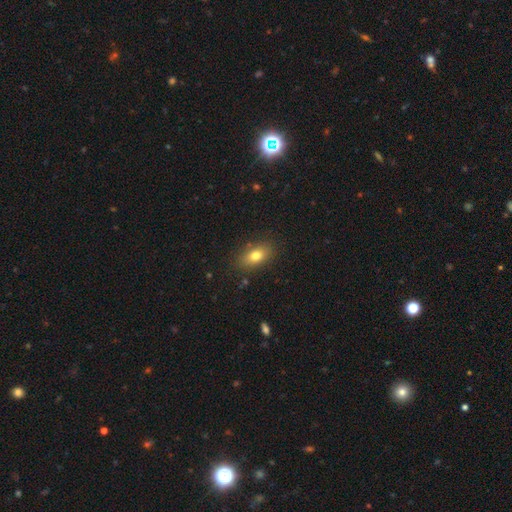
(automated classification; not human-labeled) smooth 78%, featured or disk 13%, star or artifact 9%. Down the decision tree: how rounded — in between (85%); merging — none (84%).